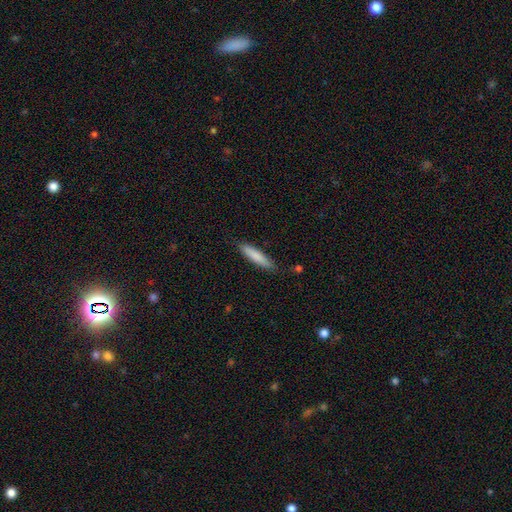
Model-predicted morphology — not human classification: This is clearly a smooth galaxy (81%). How rounded: clearly cigar-shaped (85%). Merging: clearly none (84%).